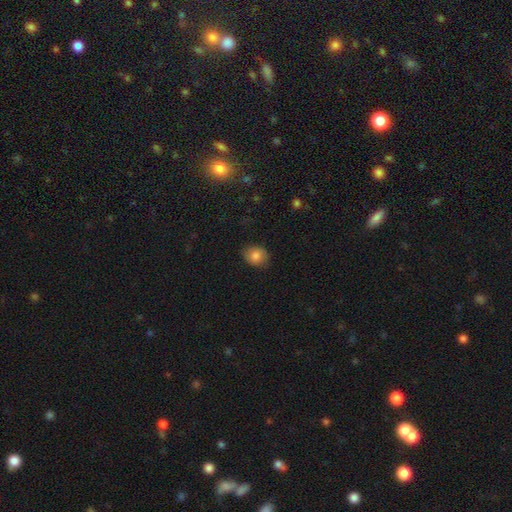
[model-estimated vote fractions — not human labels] Q: Smooth or featured?
A: smooth (83%); runner-up: star or artifact (9%)
Q: How rounded?
A: round (60%); runner-up: in between (39%)
Q: Merging?
A: none (83%); runner-up: minor disturbance (14%)